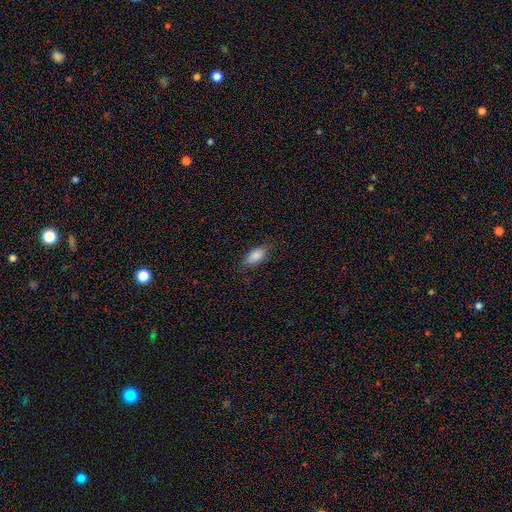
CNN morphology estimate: A smooth galaxy with no disk features (86%) that is in between round and cigar-shaped (88%).

Vote fractions:
- Smooth or featured? smooth: 86% / featured or disk: 7% / star or artifact: 7%
- How rounded? in between: 88% / cigar-shaped: 9% / round: 3%
- Merging? none: 80% / minor disturbance: 15% / major disturbance: 4% / merger: 1%